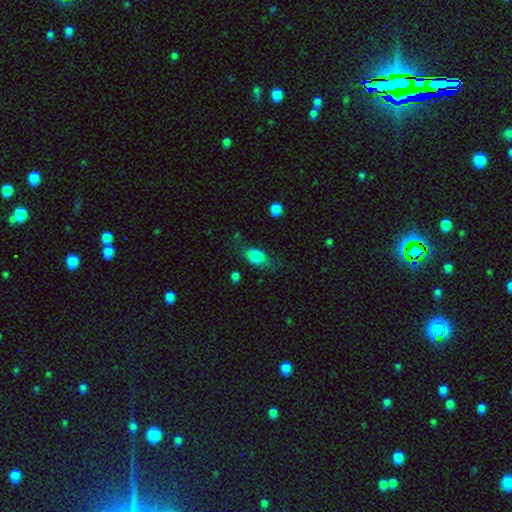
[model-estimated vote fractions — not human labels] Smooth or featured: smooth — 82% (featured or disk — 11%)
How rounded: in between — 86% (round — 8%)
Merging: none — 56% (minor disturbance — 29%)